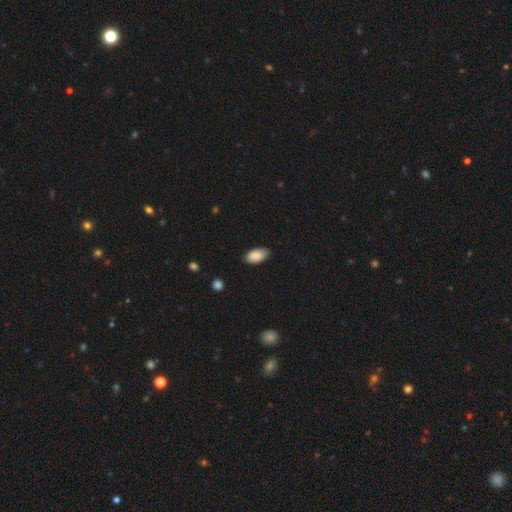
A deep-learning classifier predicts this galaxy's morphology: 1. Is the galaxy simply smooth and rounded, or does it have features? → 88% smooth, 6% star or artifact, 6% featured or disk.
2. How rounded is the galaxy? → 95% in between, 3% cigar-shaped, 2% round.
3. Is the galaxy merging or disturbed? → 83% none, 14% minor disturbance, 2% major disturbance, 1% merger.